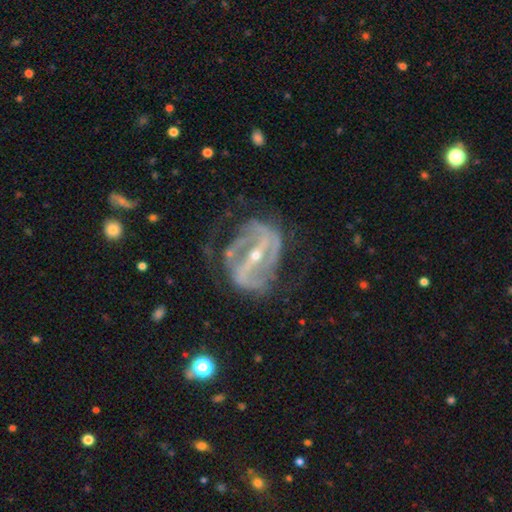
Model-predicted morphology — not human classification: Smooth or featured?
  - featured or disk: 90% *
  - star or artifact: 6%
  - smooth: 5%
Edge-on disk?
  - no: 94% *
  - yes: 6%
Bar?
  - strong: 78% *
  - weak: 16%
  - no: 6%
Spiral arms?
  - yes: 90% *
  - no: 10%
Spiral winding?
  - medium: 47% *
  - tight: 29%
  - loose: 24%
Spiral arm count?
  - 2: 69% *
  - can't tell: 13%
  - 3: 9%
  - 4: 4%
  - 1: 3%
  - more than 4: 2%
Bulge size?
  - small: 68% *
  - moderate: 29%
  - large: 1%
  - none: 1%
  - dominant: 1%
Merging?
  - none: 52% *
  - major disturbance: 23%
  - minor disturbance: 23%
  - merger: 2%